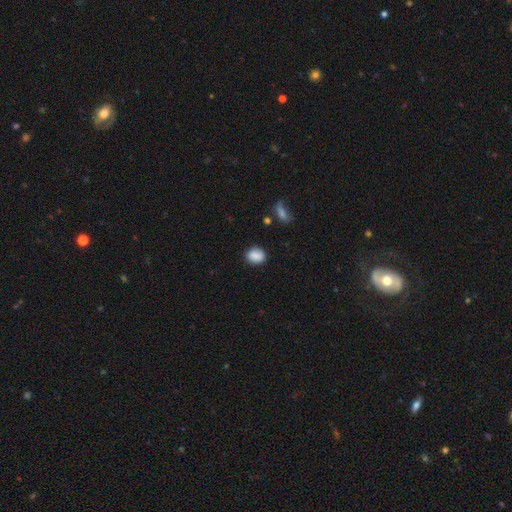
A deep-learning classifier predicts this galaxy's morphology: A smooth galaxy with no disk features (83%) that is in between round and cigar-shaped (50%). Merging: none (79%).